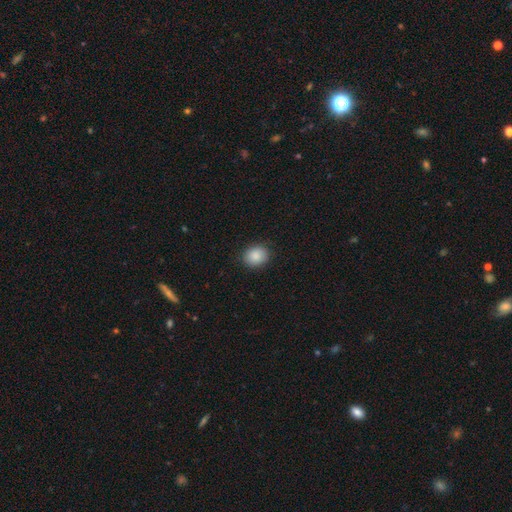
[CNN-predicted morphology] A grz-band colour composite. It shows a smooth galaxy with no disk features (88%) that is round (63%). Merging: none (88%).